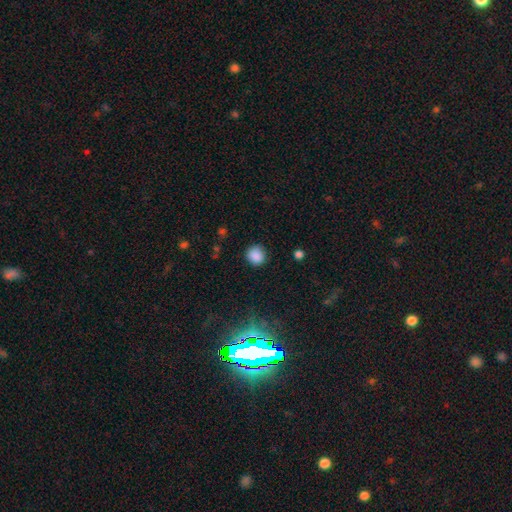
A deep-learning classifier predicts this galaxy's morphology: smooth-or-featured: smooth: 87% | star or artifact: 10% | featured or disk: 3%
  how-rounded: round: 87% | in between: 12% | cigar-shaped: 1%
  merging: none: 85% | minor disturbance: 11% | major disturbance: 3% | merger: 1%